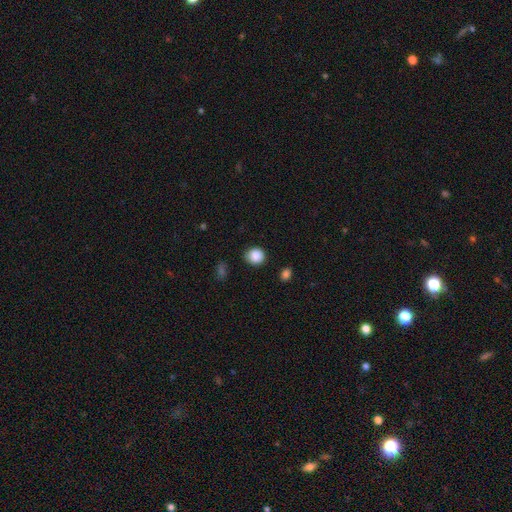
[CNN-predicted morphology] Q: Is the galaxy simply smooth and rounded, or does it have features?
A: smooth — 88%.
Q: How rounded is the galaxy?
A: round — 88%.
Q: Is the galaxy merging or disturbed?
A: none — 85%.